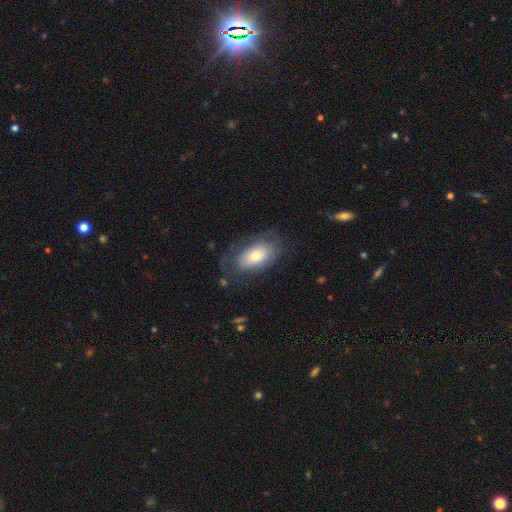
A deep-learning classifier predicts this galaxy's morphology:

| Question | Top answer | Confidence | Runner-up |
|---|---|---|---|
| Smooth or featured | smooth | 62% | featured or disk (32%) |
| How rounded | in between | 92% | round (5%) |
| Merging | none | 63% | minor disturbance (22%) |